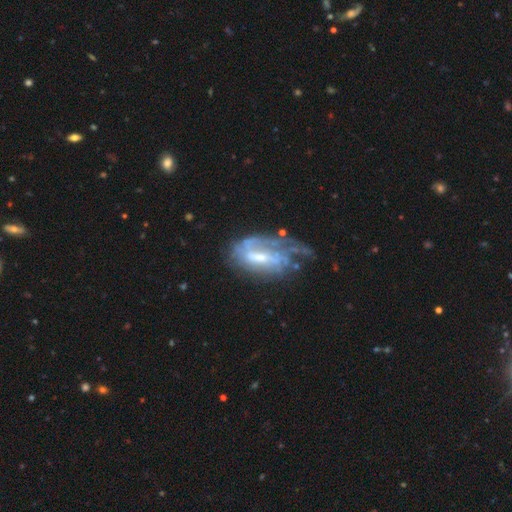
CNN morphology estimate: Smooth or featured?
  - featured or disk: 74% *
  - smooth: 17%
  - star or artifact: 9%
Edge-on disk?
  - no: 91% *
  - yes: 9%
Bar?
  - weak: 43% *
  - strong: 32%
  - no: 24%
Spiral arms?
  - yes: 76% *
  - no: 24%
Spiral winding?
  - tight: 44% *
  - medium: 35%
  - loose: 21%
Spiral arm count?
  - can't tell: 40% *
  - 2: 25%
  - 1: 24%
  - 3: 6%
  - 4: 3%
  - more than 4: 2%
Bulge size?
  - moderate: 44% *
  - small: 41%
  - none: 8%
  - large: 6%
  - dominant: 1%
Merging?
  - none: 38% *
  - major disturbance: 30%
  - minor disturbance: 28%
  - merger: 4%